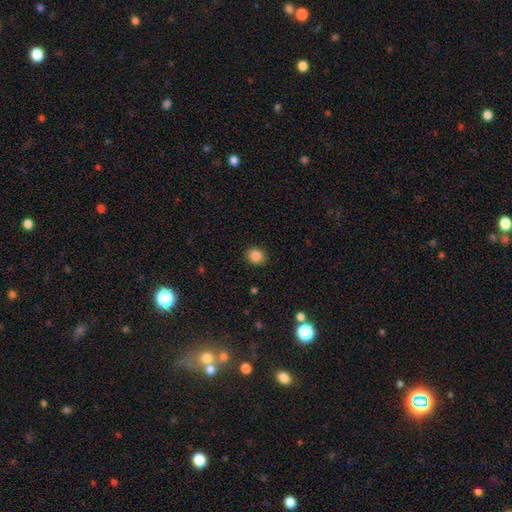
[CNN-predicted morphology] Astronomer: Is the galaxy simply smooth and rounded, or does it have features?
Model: smooth — 85%.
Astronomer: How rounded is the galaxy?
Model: round — 74%.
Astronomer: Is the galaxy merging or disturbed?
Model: none — 90%.